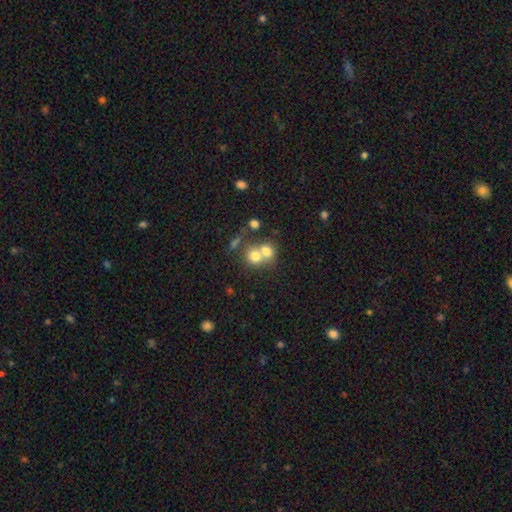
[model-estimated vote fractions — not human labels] Smooth or featured?
  - smooth: 72% *
  - featured or disk: 17%
  - star or artifact: 11%
How rounded?
  - round: 73% *
  - in between: 26%
  - cigar-shaped: 1%
Merging?
  - merger: 62% *
  - none: 28%
  - minor disturbance: 6%
  - major disturbance: 4%